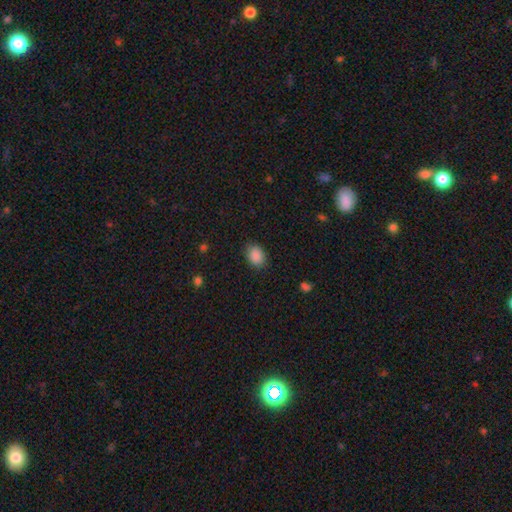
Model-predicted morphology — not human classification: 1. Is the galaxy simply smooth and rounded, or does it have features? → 89% smooth, 8% star or artifact, 3% featured or disk.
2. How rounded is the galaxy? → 70% in between, 29% round, 1% cigar-shaped.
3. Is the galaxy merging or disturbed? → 85% none, 11% minor disturbance, 3% major disturbance, 1% merger.